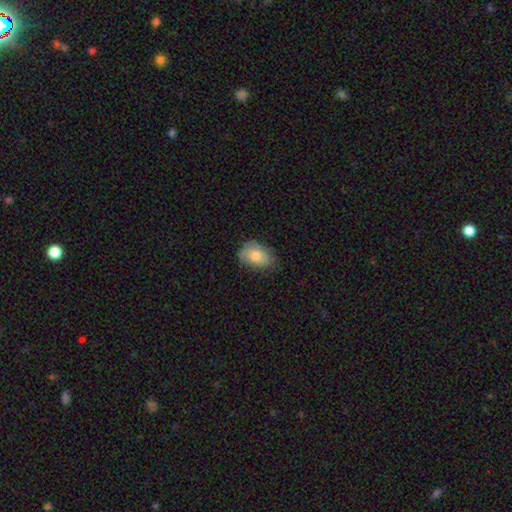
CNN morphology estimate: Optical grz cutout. It shows a smooth galaxy with no disk features (70%) that is in between round and cigar-shaped (82%). Merging: none (62%).